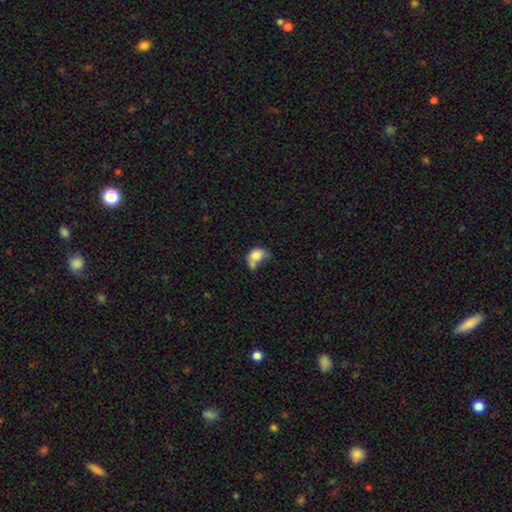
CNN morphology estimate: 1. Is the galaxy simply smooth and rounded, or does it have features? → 76% smooth, 15% featured or disk, 9% star or artifact.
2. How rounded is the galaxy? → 68% in between, 31% round, 1% cigar-shaped.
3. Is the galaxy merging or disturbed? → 30% merger, 25% minor disturbance, 25% none, 20% major disturbance.